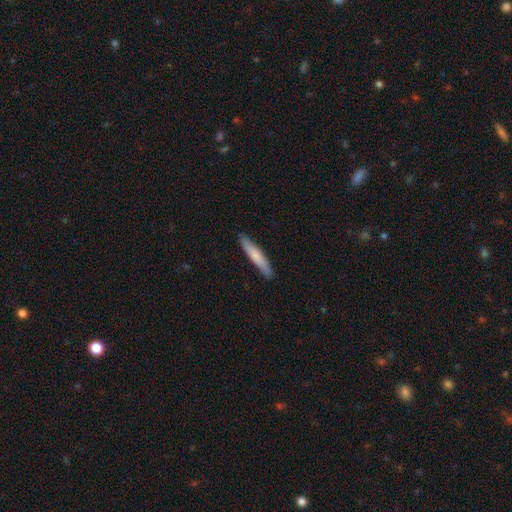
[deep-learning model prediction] Overall: smooth (73%). How rounded: cigar-shaped (92%). Merging: none (89%).